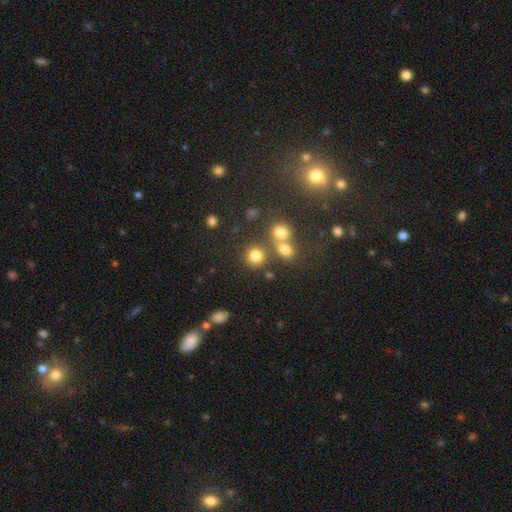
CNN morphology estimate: This is likely a smooth galaxy (77%). How rounded: clearly round (85%). Merging: likely none (65%).